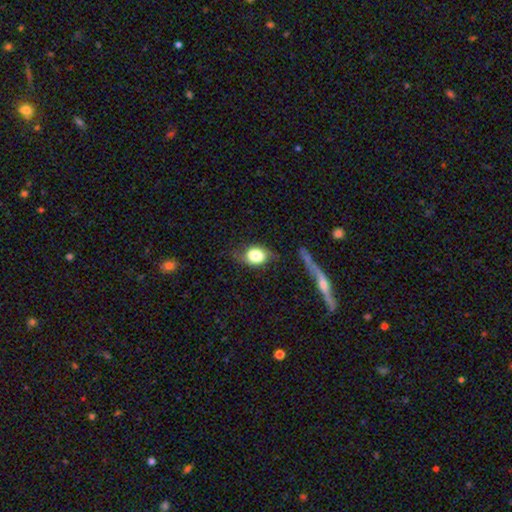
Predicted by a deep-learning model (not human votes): A smooth galaxy with no disk features (69%) that is in between round and cigar-shaped (60%). Merging: none (58%).